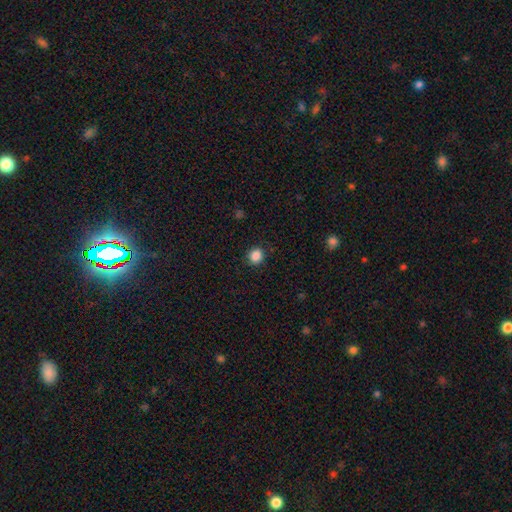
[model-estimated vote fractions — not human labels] Smooth or featured? Predicted: smooth (p=0.86). How rounded? Predicted: round (p=0.84). Merging? Predicted: none (p=0.89).